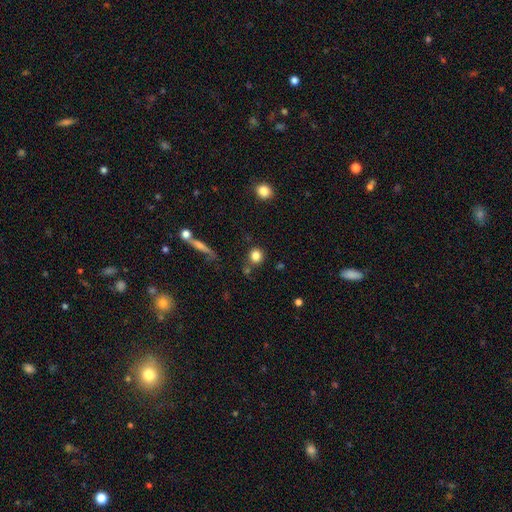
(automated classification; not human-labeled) This appears to be a smooth galaxy with no disk features (82%) that is round (88%). Merging: none (78%).